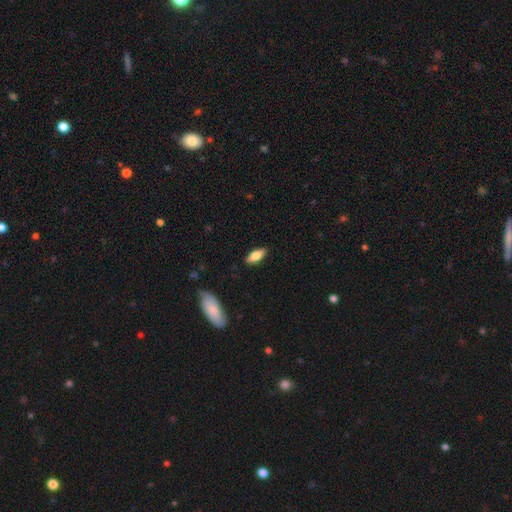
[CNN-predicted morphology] Overall: smooth (75%). How rounded: in between (81%). Merging: none (87%).